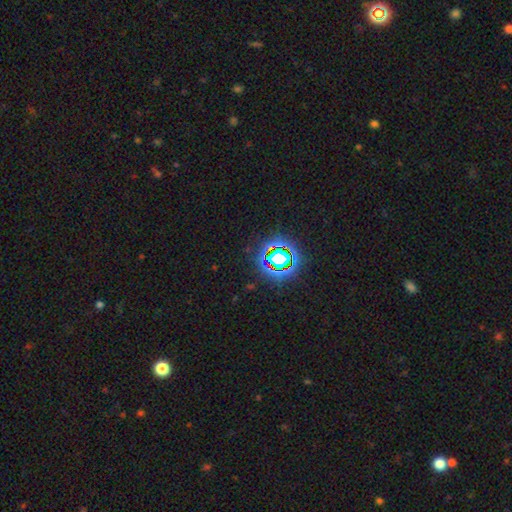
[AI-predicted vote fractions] This appears to be a star or artifact, not a galaxy (80%).